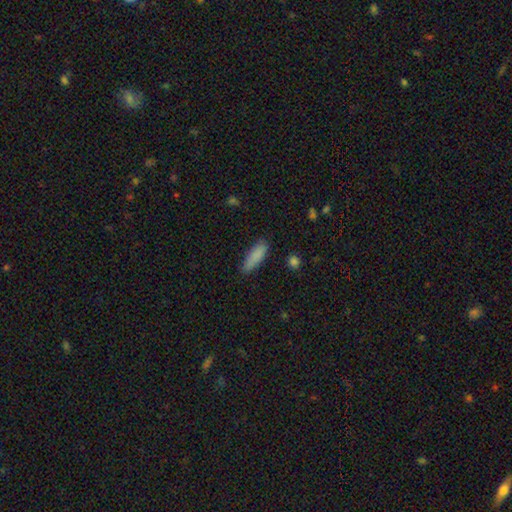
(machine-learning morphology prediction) The model was most divided on "how rounded": cigar-shaped: 52%, in between: 46%, round: 2%. More confident: smooth or featured — smooth (86%); merging — none (76%).